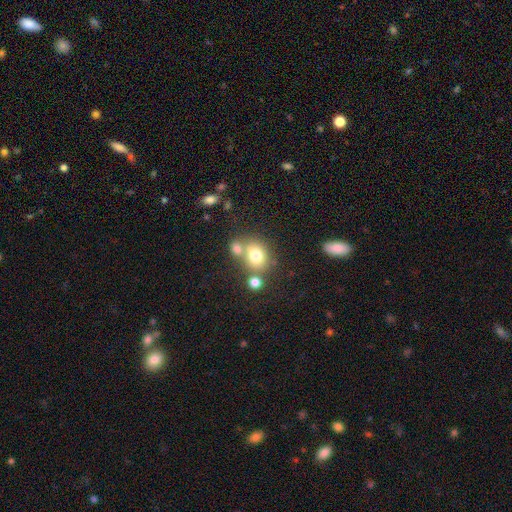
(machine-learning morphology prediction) Smooth or featured? Predicted: smooth (p=0.73). How rounded? Predicted: round (p=0.64). Merging? Predicted: none (p=0.49).